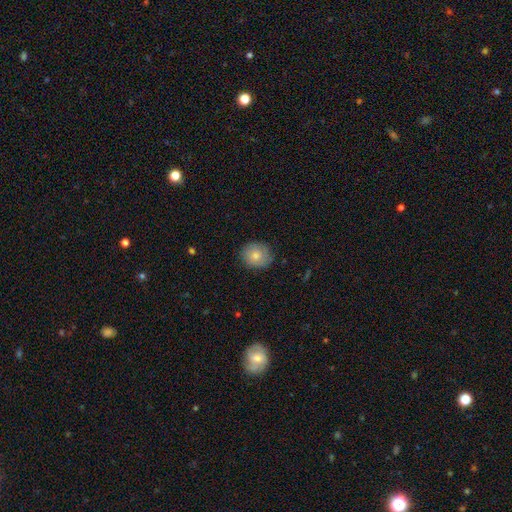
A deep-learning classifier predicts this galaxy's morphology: Q: Smooth or featured?
A: smooth (75%); runner-up: featured or disk (17%)
Q: How rounded?
A: round (73%); runner-up: in between (26%)
Q: Merging?
A: none (79%); runner-up: minor disturbance (17%)